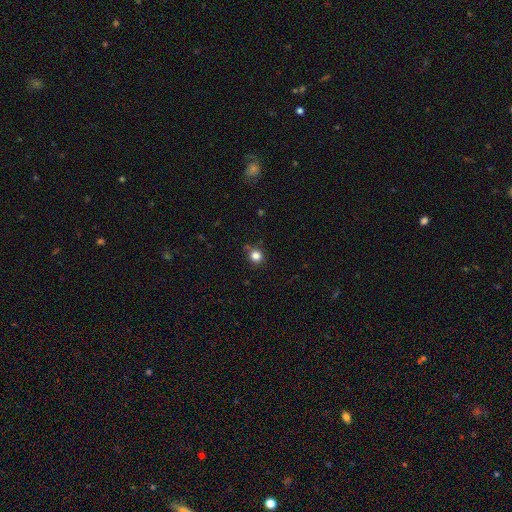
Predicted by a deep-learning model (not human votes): Smooth or featured: smooth — 83% (star or artifact — 13%)
How rounded: round — 91% (in between — 8%)
Merging: none — 83% (minor disturbance — 10%)